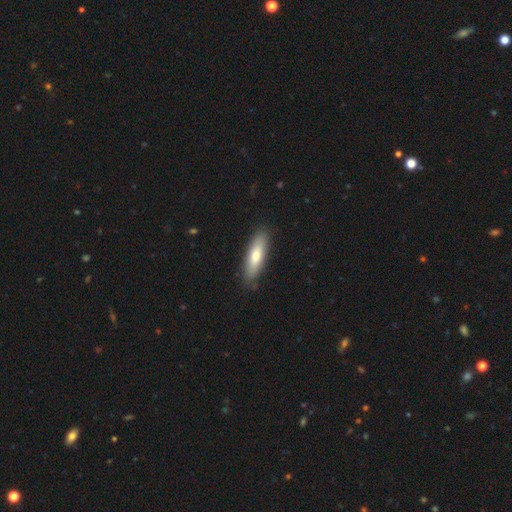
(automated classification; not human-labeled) smooth-or-featured: smooth: 74% | featured or disk: 21% | star or artifact: 5%
  how-rounded: cigar-shaped: 58% | in between: 40% | round: 2%
  merging: none: 86% | minor disturbance: 11% | major disturbance: 2% | merger: 1%